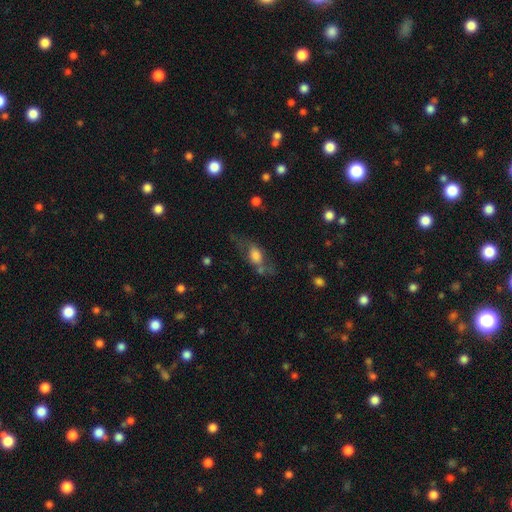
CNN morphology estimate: smooth 55%, featured or disk 36%, star or artifact 9%. Down the decision tree: how rounded — in between (72%); merging — none (48%).